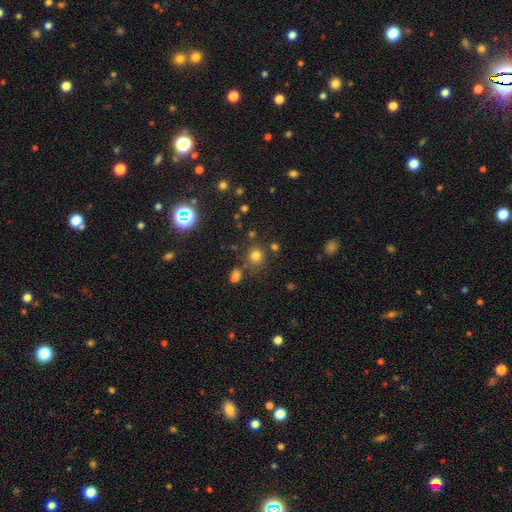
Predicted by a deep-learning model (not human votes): smooth 73%, star or artifact 20%, featured or disk 7%. Down the decision tree: how rounded — round (88%); merging — none (76%).